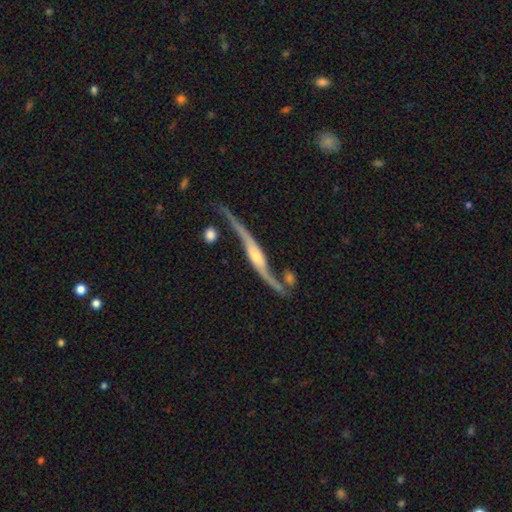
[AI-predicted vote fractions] This is clearly a featured or disk galaxy (89%). It is likely viewed edge-on (80%). Edge-on bulge: clearly rounded (87%). Merging: likely none (62%).